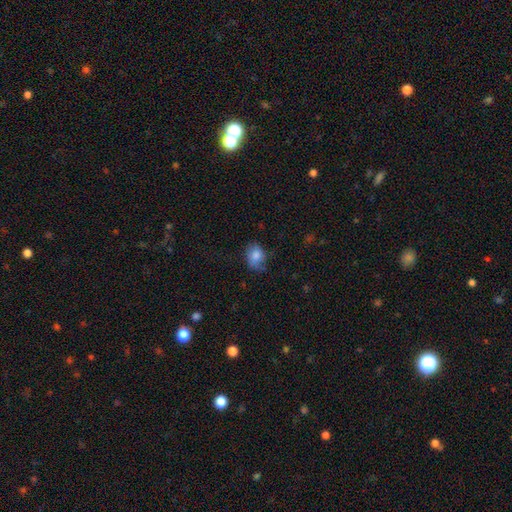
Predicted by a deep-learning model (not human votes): smooth-or-featured: smooth: 80% | featured or disk: 11% | star or artifact: 9%
  how-rounded: in between: 59% | round: 40% | cigar-shaped: 1%
  merging: none: 59% | minor disturbance: 30% | major disturbance: 10% | merger: 2%